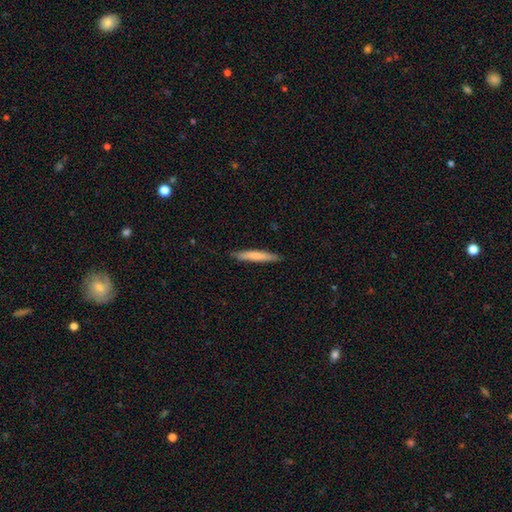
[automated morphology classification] Overall: smooth (72%). How rounded: cigar-shaped (94%). Merging: none (89%).